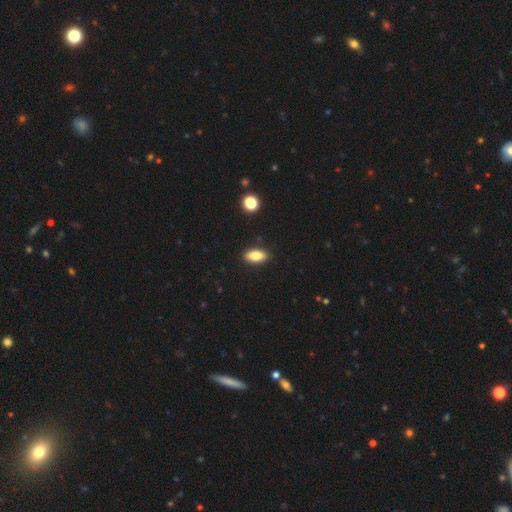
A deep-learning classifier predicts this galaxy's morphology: smooth 81%, featured or disk 12%, star or artifact 8%. Down the decision tree: how rounded — in between (85%); merging — none (88%).